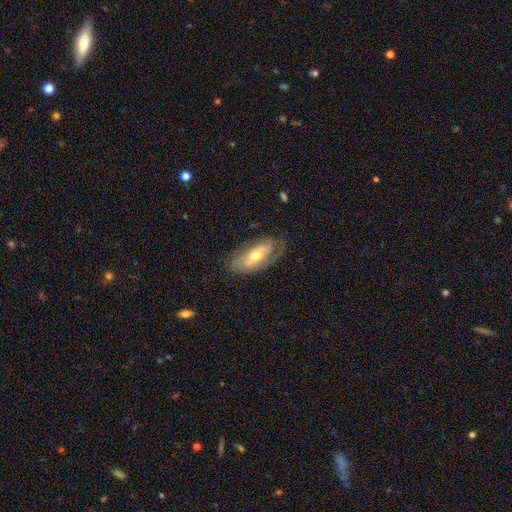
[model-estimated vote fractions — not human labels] Smooth or featured?
  - featured or disk: 54% *
  - smooth: 39%
  - star or artifact: 6%
Edge-on disk?
  - no: 83% *
  - yes: 17%
Merging?
  - none: 64% *
  - minor disturbance: 23%
  - major disturbance: 12%
  - merger: 1%